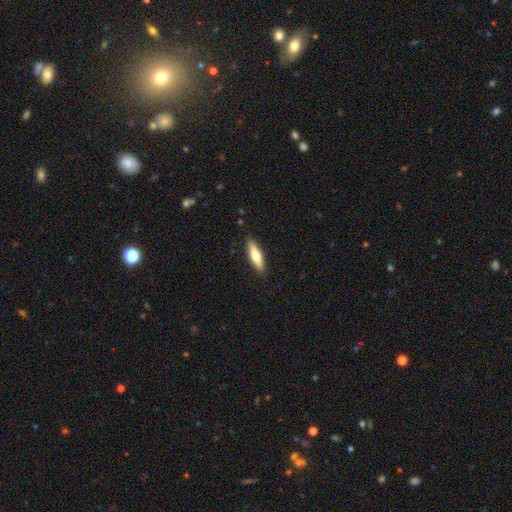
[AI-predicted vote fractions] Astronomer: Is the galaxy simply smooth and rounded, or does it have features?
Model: smooth — 64%.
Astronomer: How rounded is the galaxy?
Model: cigar-shaped — 66%.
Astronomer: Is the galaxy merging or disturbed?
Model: none — 89%.